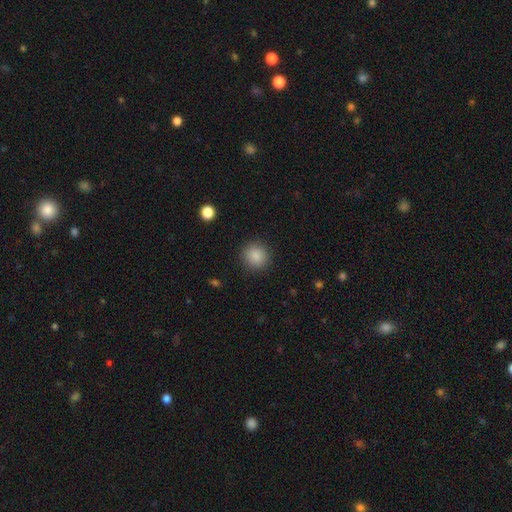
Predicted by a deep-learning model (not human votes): This appears to be a smooth galaxy with no disk features (87%) that is round (90%). Merging: none (90%).